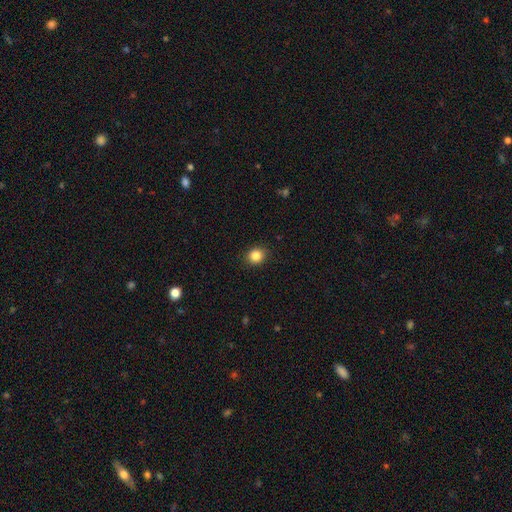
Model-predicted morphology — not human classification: A smooth galaxy with no disk features (86%) that is round (73%). Merging: none (89%).